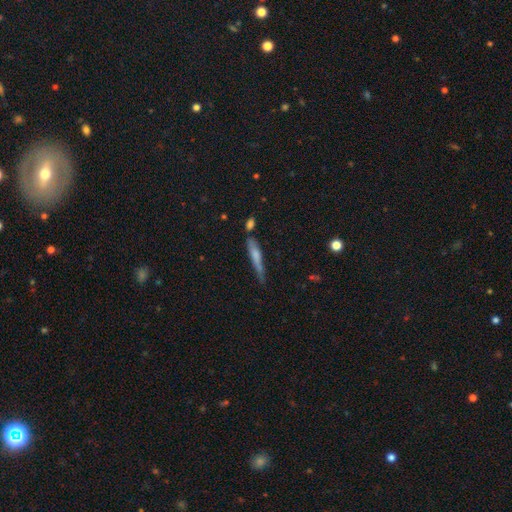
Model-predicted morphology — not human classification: Q: Smooth or featured?
A: smooth (62%); runner-up: featured or disk (31%)
Q: How rounded?
A: cigar-shaped (89%); runner-up: in between (9%)
Q: Merging?
A: none (48%); runner-up: minor disturbance (29%)